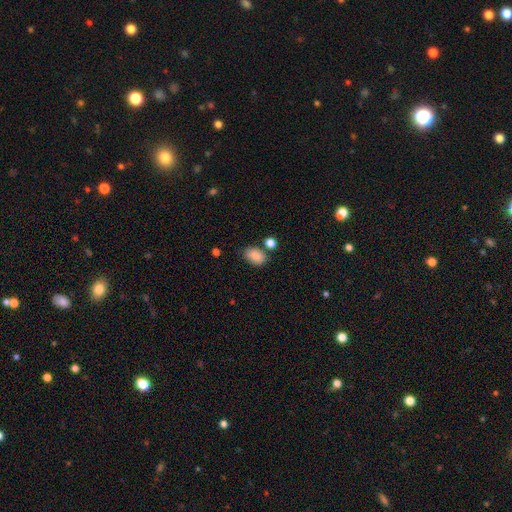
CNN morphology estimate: smooth_or_featured: smooth (p=0.87) [alt: star or artifact p=0.08]
how_rounded: in between (p=0.84) [alt: round p=0.15]
merging: none (p=0.70) [alt: minor disturbance p=0.16]